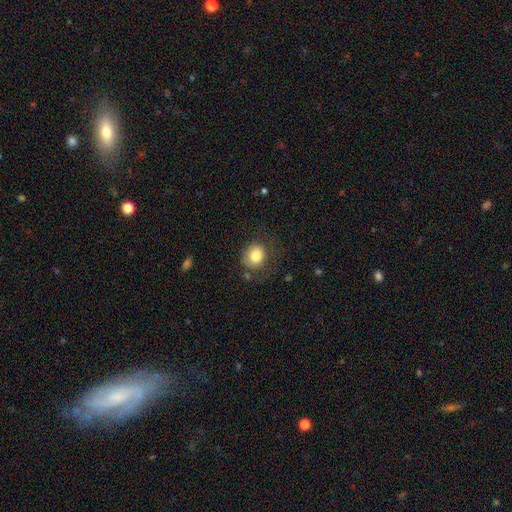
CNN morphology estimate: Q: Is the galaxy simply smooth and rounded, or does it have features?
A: smooth — 82%.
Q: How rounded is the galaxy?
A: round — 71%.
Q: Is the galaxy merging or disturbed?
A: none — 68%.